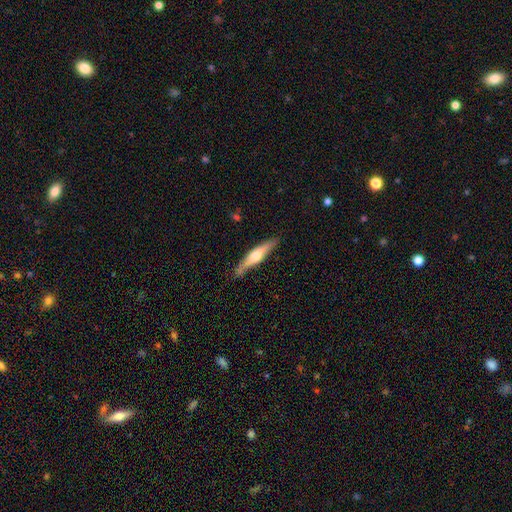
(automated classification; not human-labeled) The model was most divided on "smooth or featured": featured or disk: 57%, smooth: 37%, star or artifact: 5%. More confident: edge-on disk — yes (93%); edge-on bulge — rounded (89%); merging — none (81%).